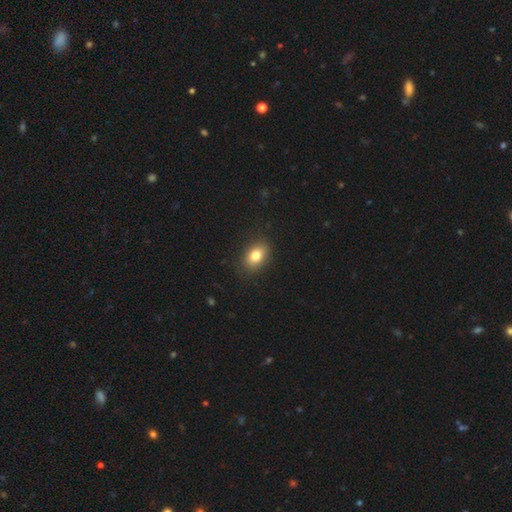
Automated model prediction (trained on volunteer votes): Smooth or featured?
  - smooth: 80% *
  - featured or disk: 10%
  - star or artifact: 10%
How rounded?
  - in between: 75% *
  - round: 23%
  - cigar-shaped: 1%
Merging?
  - none: 86% *
  - minor disturbance: 11%
  - major disturbance: 3%
  - merger: 1%